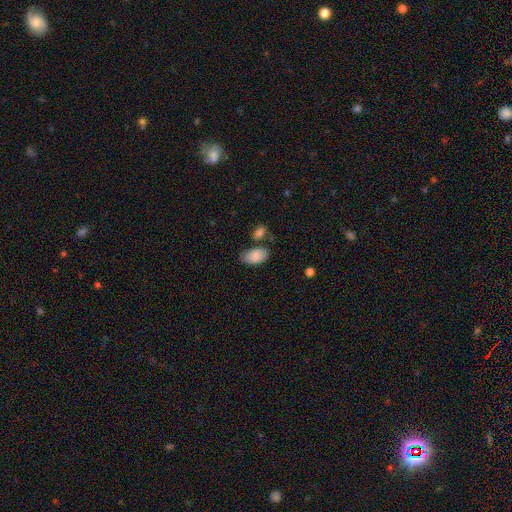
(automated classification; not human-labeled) Overall: smooth (87%). How rounded: in between (94%). Merging: none (65%).